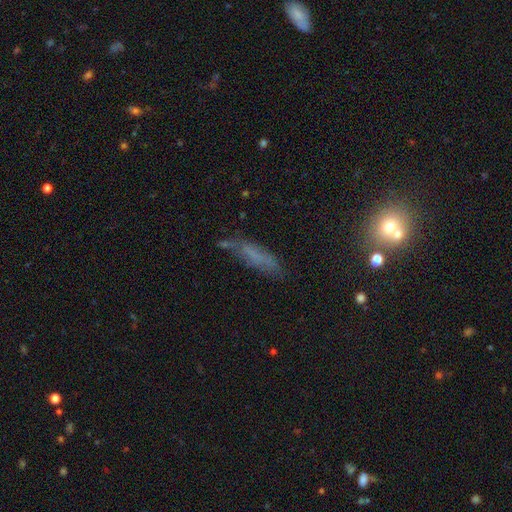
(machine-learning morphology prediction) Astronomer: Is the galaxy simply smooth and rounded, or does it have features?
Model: smooth — 52% (runner-up: featured or disk, 30%).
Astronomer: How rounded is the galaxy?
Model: cigar-shaped — 66%.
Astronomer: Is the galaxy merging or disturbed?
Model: none — 59%.